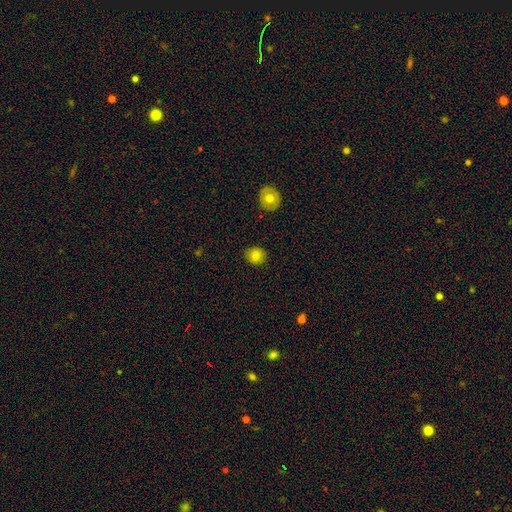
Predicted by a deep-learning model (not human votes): Smooth or featured? smooth (80%)
How rounded? round (82%)
Merging? none (89%)